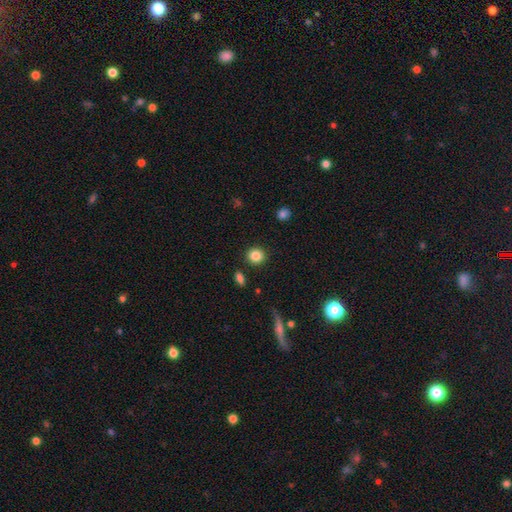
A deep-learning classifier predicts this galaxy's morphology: smooth_or_featured: smooth (p=0.85) [alt: star or artifact p=0.10]
how_rounded: round (p=0.87) [alt: in between p=0.12]
merging: none (p=0.88) [alt: minor disturbance p=0.06]